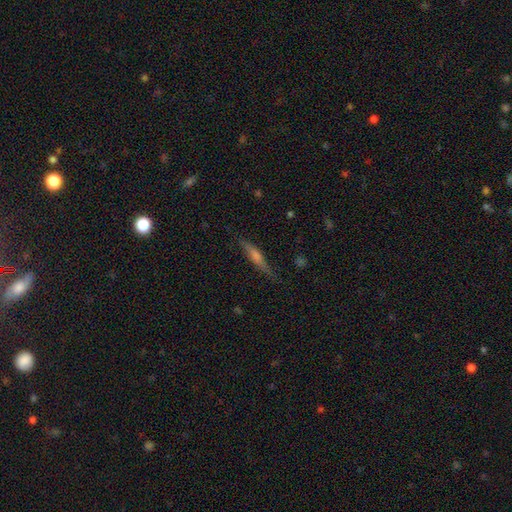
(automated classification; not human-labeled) The model was most divided on "smooth or featured": featured or disk: 58%, smooth: 34%, star or artifact: 8%. More confident: edge-on disk — yes (94%); merging — none (81%); edge-on bulge — rounded (66%).